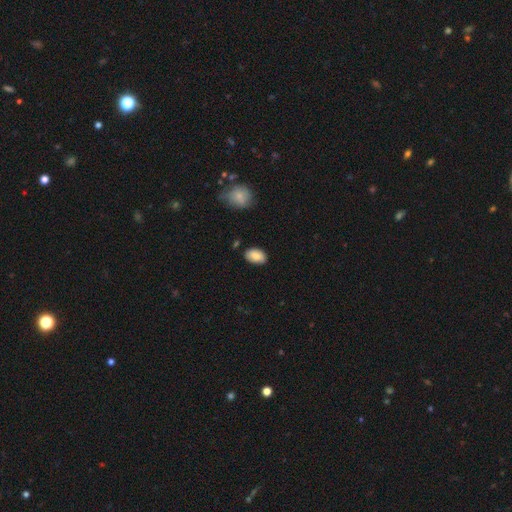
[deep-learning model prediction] This is clearly a smooth galaxy (85%). How rounded: clearly in between (91%). Merging: clearly none (81%).